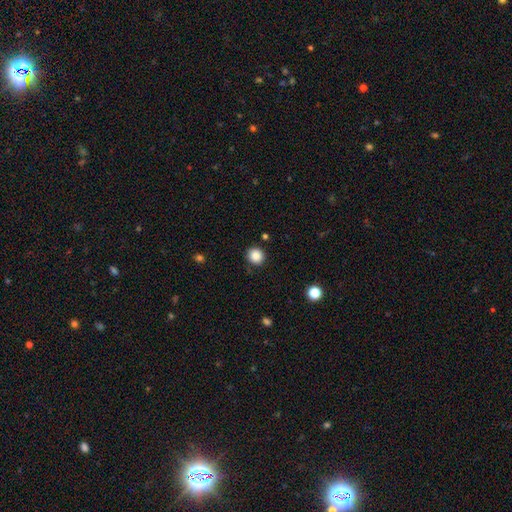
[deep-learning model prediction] Overall: smooth (87%). How rounded: round (91%). Merging: none (88%).